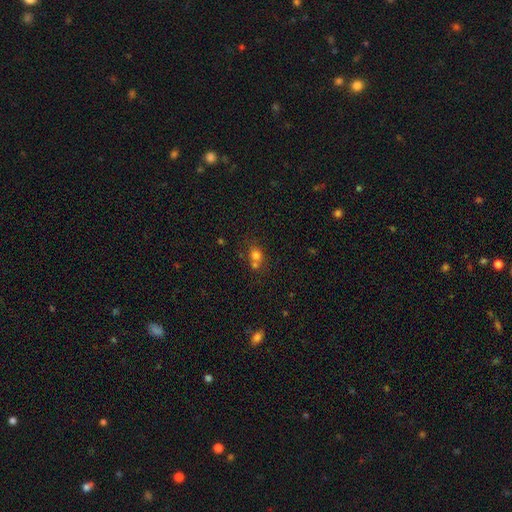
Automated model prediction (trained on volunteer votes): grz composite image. It shows a smooth galaxy with no disk features (74%) that is round (73%). Merging: none (44%, tied with merger).